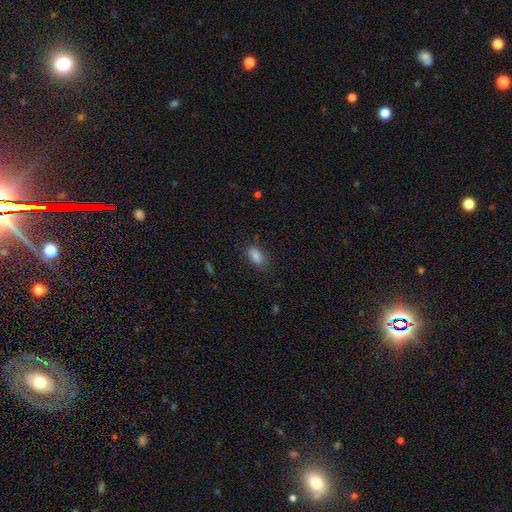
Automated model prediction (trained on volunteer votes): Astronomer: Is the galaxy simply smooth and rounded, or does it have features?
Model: smooth — 85%.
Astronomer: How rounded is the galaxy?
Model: in between — 87%.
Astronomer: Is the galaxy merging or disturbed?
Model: none — 77%.